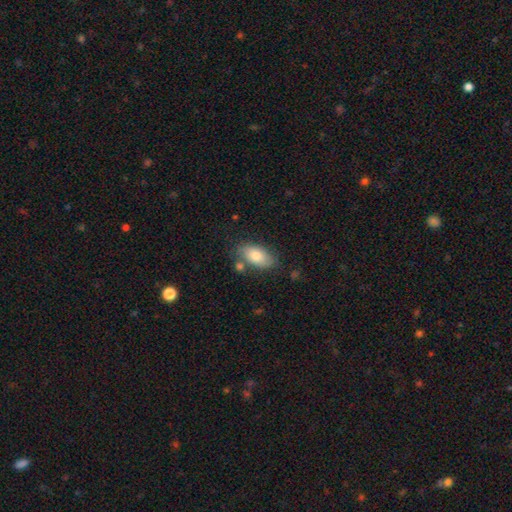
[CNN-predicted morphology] This is likely a smooth galaxy (78%). How rounded: clearly in between (91%). Merging: likely none (71%).